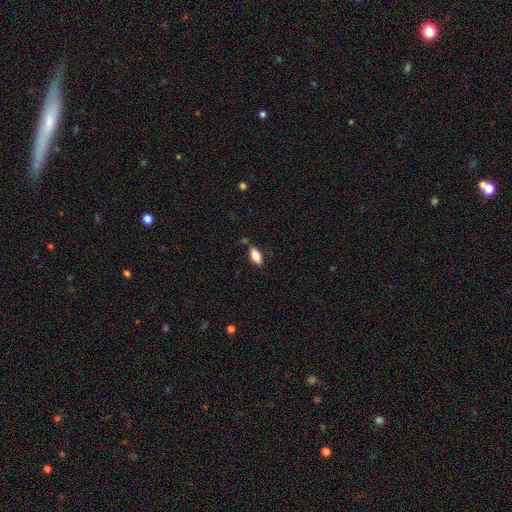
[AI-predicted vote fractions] Smooth or featured: smooth — 81% (featured or disk — 12%)
How rounded: in between — 90% (cigar-shaped — 6%)
Merging: none — 79% (minor disturbance — 14%)